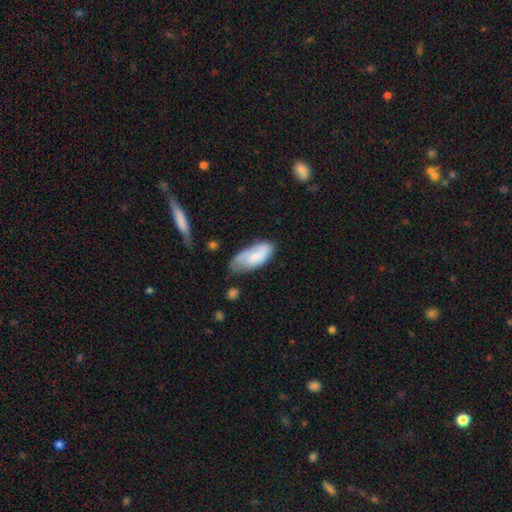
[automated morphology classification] smooth 70%, featured or disk 24%, star or artifact 6%. Down the decision tree: how rounded — in between (89%); merging — none (48%).